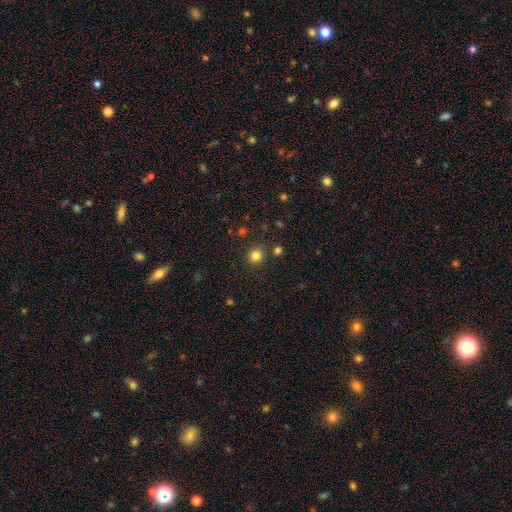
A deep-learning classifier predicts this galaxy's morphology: Overall: smooth (81%). How rounded: round (91%). Merging: none (87%).